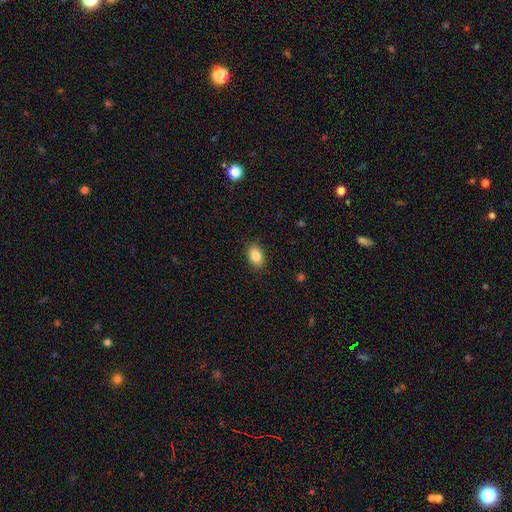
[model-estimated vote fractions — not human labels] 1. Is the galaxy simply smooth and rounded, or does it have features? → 86% smooth, 8% star or artifact, 6% featured or disk.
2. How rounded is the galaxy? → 84% in between, 14% round, 1% cigar-shaped.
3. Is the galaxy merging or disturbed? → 88% none, 9% minor disturbance, 2% major disturbance, 1% merger.